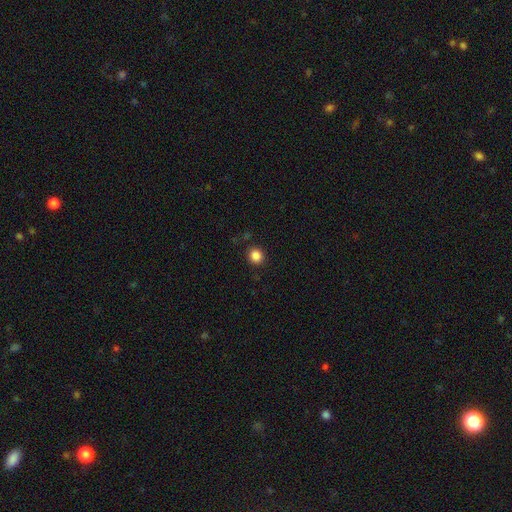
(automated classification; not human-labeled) Overall: smooth (85%). How rounded: round (89%). Merging: none (90%).